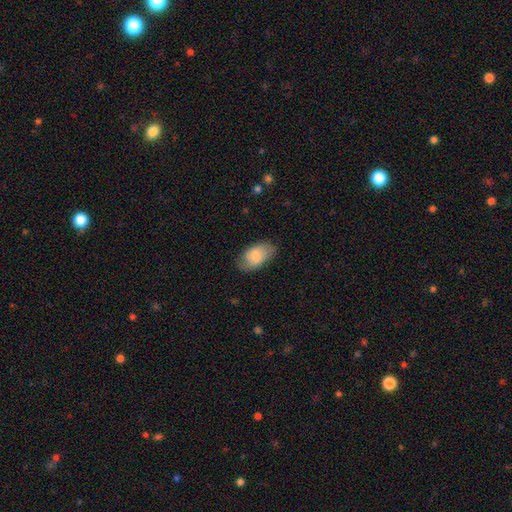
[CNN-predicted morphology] This is likely a smooth galaxy (74%). How rounded: clearly in between (94%). Merging: likely none (75%).